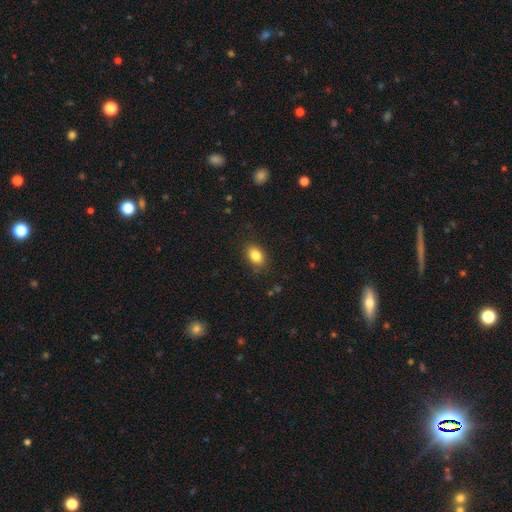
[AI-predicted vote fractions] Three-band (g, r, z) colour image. It shows a smooth galaxy with no disk features (84%) that is in between round and cigar-shaped (80%). Merging: none (85%).